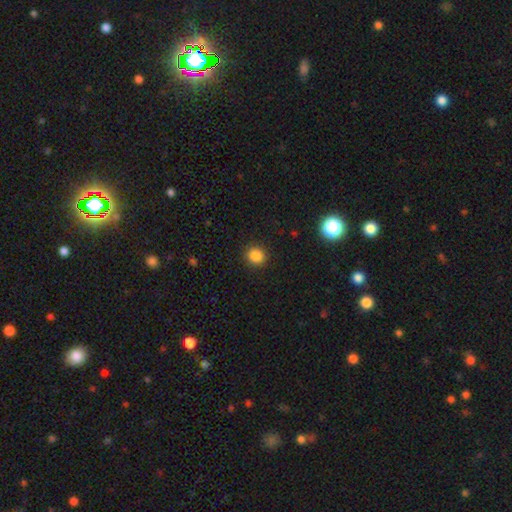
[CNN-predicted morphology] type=smooth (85%); roundness=round (87%); merging=none (91%).